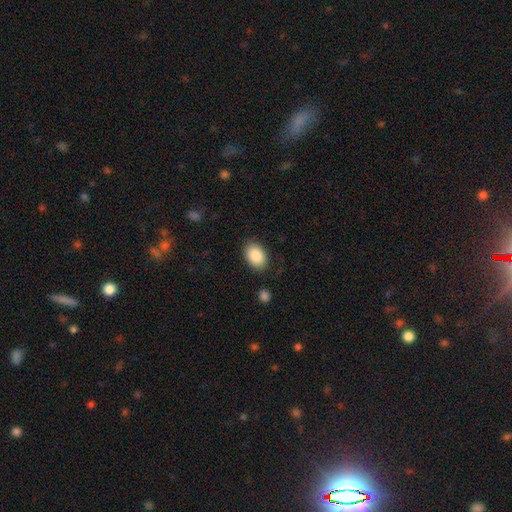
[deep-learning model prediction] Smooth or featured? Predicted: smooth (p=0.88). How rounded? Predicted: in between (p=0.84). Merging? Predicted: none (p=0.84).